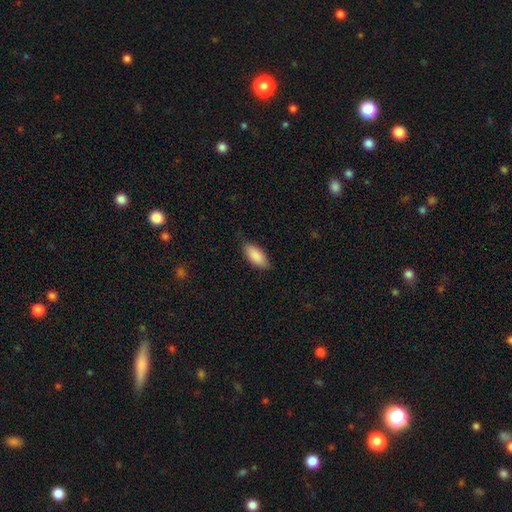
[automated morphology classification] type=smooth (88%); roundness=in between (86%); merging=none (81%).